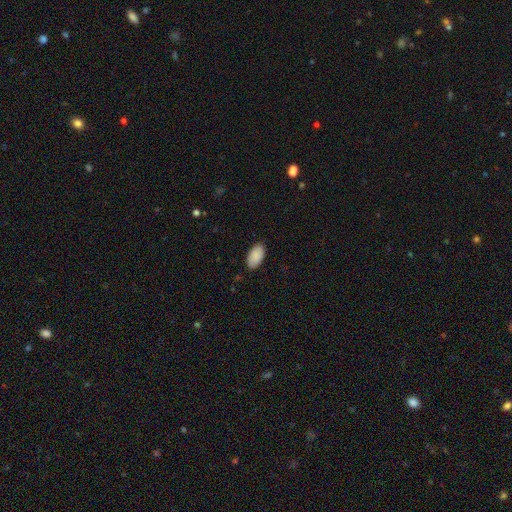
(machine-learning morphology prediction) This appears to be a smooth galaxy with no disk features (90%) that is in between round and cigar-shaped (96%). Merging: none (86%).